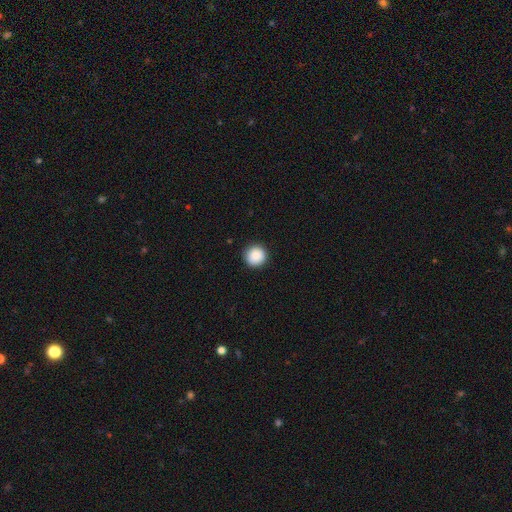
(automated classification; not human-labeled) Smooth or featured? smooth (88%)
How rounded? round (95%)
Merging? none (91%)